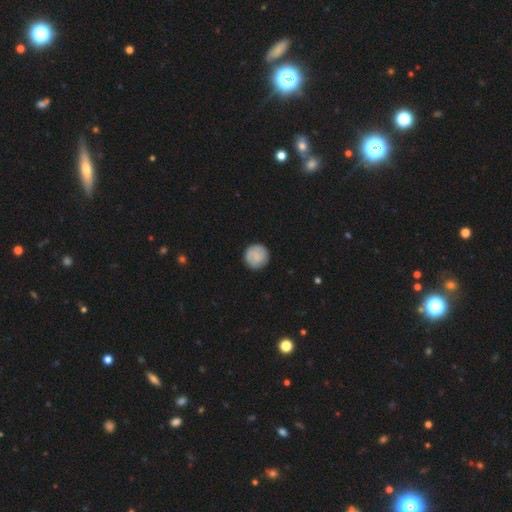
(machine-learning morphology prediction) Smooth or featured?
  - smooth: 75% *
  - featured or disk: 19%
  - star or artifact: 6%
How rounded?
  - round: 95% *
  - in between: 4%
  - cigar-shaped: 1%
Merging?
  - none: 90% *
  - minor disturbance: 7%
  - major disturbance: 2%
  - merger: 1%